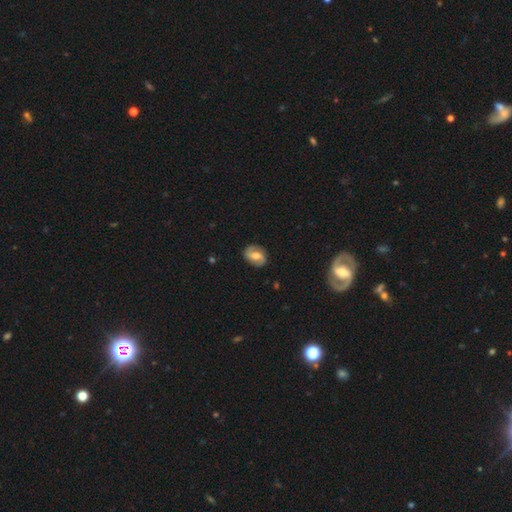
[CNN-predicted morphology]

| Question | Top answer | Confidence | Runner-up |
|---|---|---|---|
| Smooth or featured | featured or disk | 63% | smooth (30%) |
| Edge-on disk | no | 97% | yes (3%) |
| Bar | weak | 47% | no (32%) |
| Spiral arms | yes | 87% | no (13%) |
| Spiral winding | medium | 42% | loose (34%) |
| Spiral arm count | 2 | 89% | can't tell (6%) |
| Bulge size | moderate | 64% | small (19%) |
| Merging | none | 83% | minor disturbance (12%) |